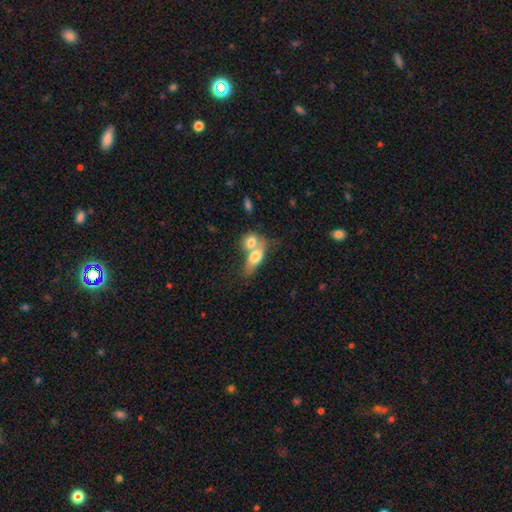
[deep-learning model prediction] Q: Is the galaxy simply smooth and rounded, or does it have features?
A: smooth — 70%.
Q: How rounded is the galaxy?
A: in between — 72%.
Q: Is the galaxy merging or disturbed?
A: merger — 71%.